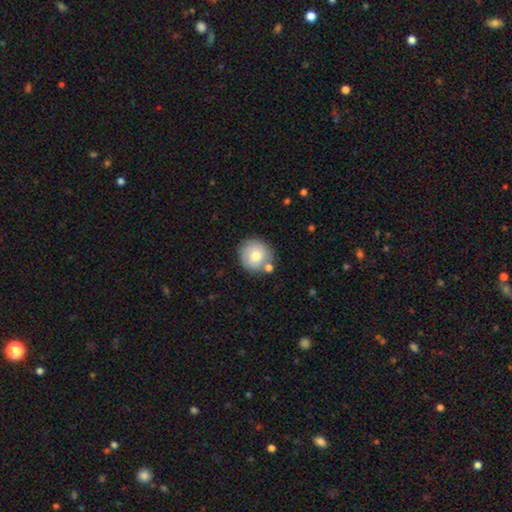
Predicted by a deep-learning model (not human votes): Smooth or featured? Predicted: smooth (p=0.66). How rounded? Predicted: round (p=0.92). Merging? Predicted: none (p=0.69).